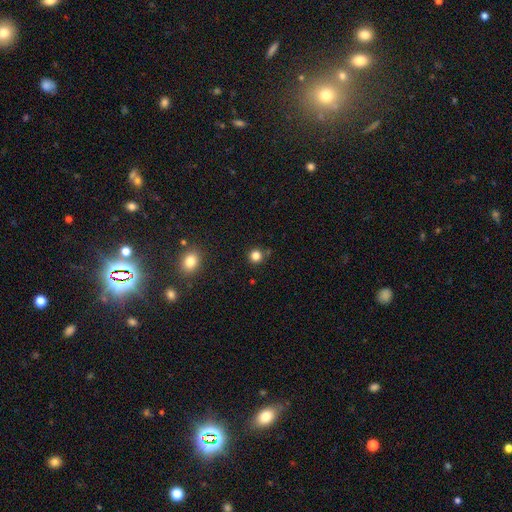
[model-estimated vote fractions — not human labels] This appears to be a smooth galaxy with no disk features (82%) that is round (93%). Merging: none (85%).